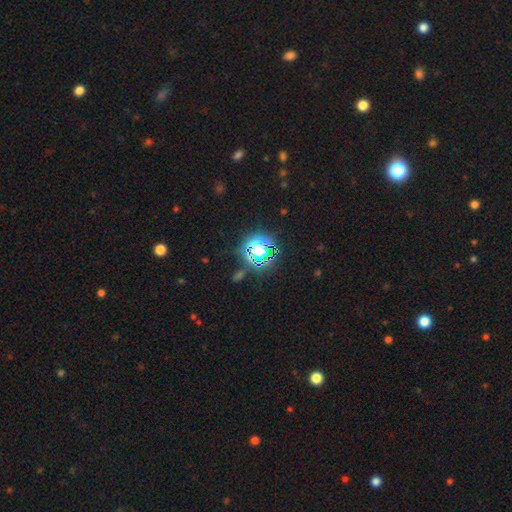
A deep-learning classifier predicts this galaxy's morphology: Overall: star or artifact (77%).